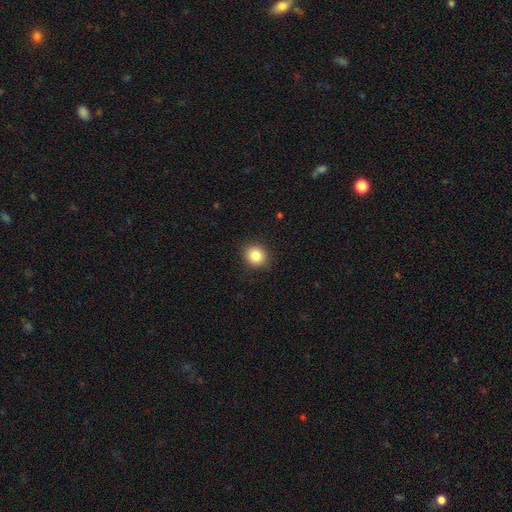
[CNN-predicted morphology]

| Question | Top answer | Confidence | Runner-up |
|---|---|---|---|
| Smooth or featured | smooth | 84% | star or artifact (10%) |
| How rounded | round | 80% | in between (19%) |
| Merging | none | 90% | minor disturbance (7%) |